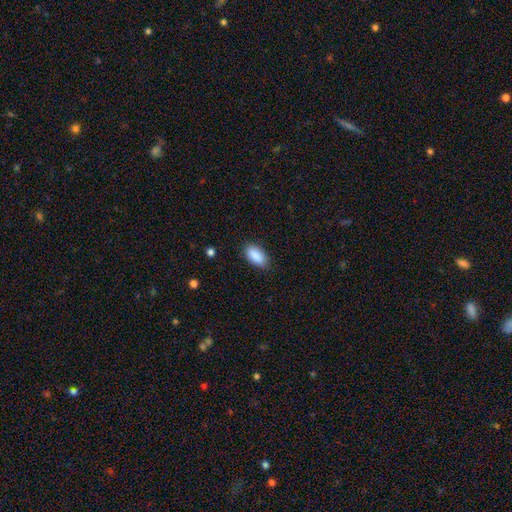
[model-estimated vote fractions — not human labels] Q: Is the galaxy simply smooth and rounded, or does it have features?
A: smooth — 89%.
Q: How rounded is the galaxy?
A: in between — 93%.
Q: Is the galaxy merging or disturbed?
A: none — 86%.